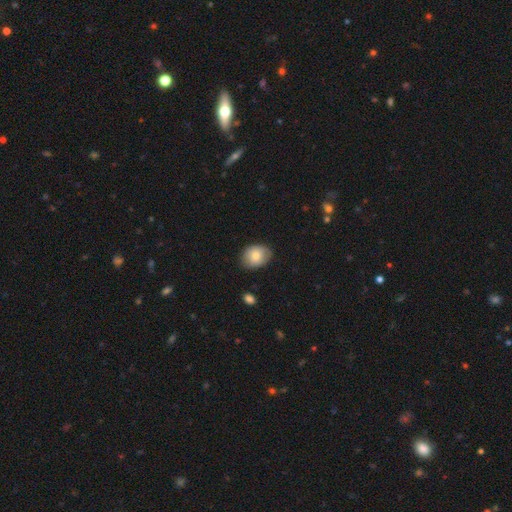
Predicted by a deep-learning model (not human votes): A smooth galaxy with no disk features (79%) that is in between round and cigar-shaped (64%).

Vote fractions:
- Smooth or featured? smooth: 79% / featured or disk: 14% / star or artifact: 7%
- How rounded? in between: 64% / round: 35% / cigar-shaped: 1%
- Merging? none: 81% / minor disturbance: 15% / major disturbance: 3% / merger: 1%